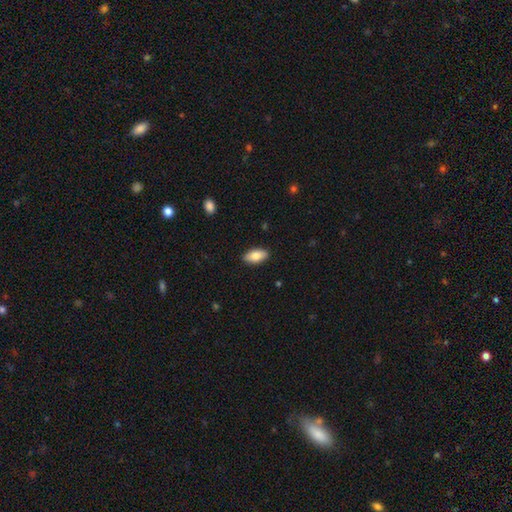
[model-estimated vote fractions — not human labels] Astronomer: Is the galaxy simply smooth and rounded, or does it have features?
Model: smooth — 82%.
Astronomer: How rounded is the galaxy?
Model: in between — 90%.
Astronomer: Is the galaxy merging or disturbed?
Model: none — 89%.